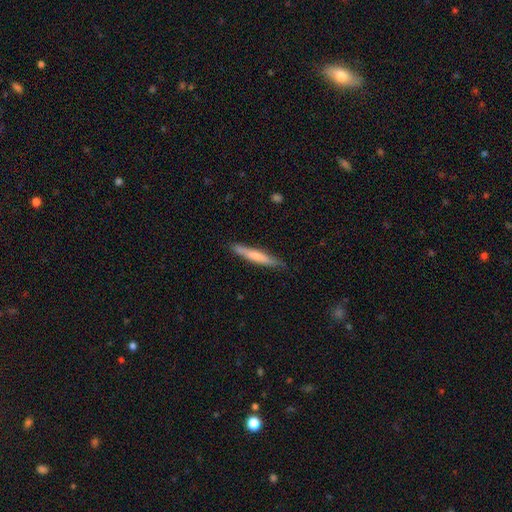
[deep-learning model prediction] Smooth or featured? Predicted: smooth (p=0.64). How rounded? Predicted: cigar-shaped (p=0.93). Merging? Predicted: none (p=0.84).